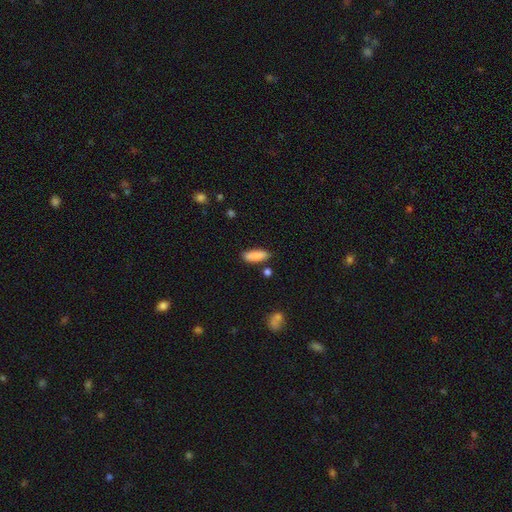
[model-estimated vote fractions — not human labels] smooth 86%, featured or disk 8%, star or artifact 6%. Down the decision tree: how rounded — in between (65%); merging — none (80%).